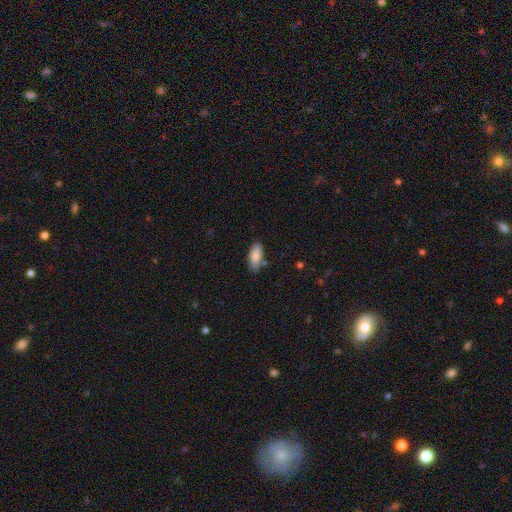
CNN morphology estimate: A smooth galaxy with no disk features (84%) that is in between round and cigar-shaped (85%).

Vote fractions:
- Smooth or featured? smooth: 84% / featured or disk: 9% / star or artifact: 6%
- How rounded? in between: 85% / cigar-shaped: 13% / round: 2%
- Merging? none: 79% / minor disturbance: 15% / merger: 4% / major disturbance: 3%